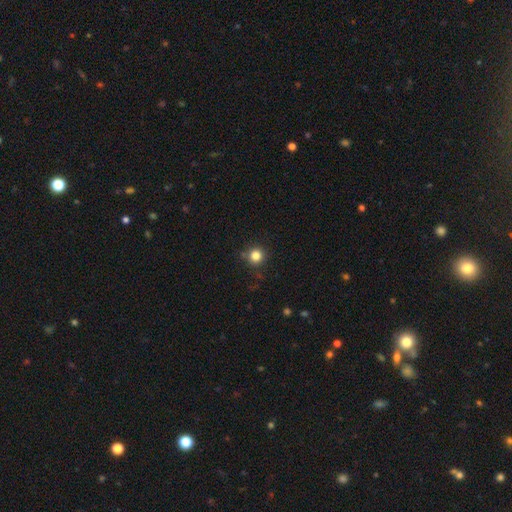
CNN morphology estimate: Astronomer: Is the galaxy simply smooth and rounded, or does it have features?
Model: smooth — 83%.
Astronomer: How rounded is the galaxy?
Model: round — 94%.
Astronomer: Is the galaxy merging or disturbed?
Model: none — 85%.